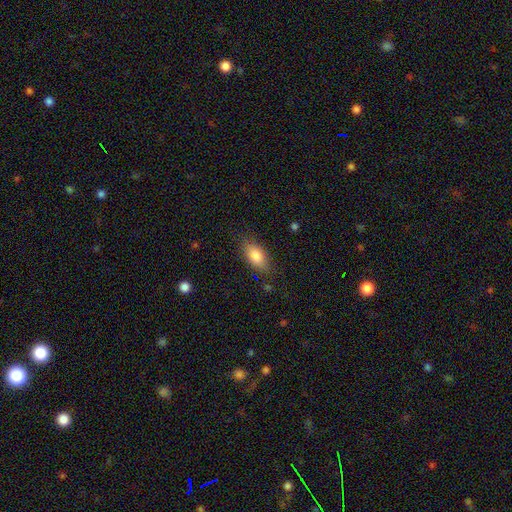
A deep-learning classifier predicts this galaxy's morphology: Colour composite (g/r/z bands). It shows a smooth galaxy with no disk features (81%) that is in between round and cigar-shaped (87%). Merging: none (80%).